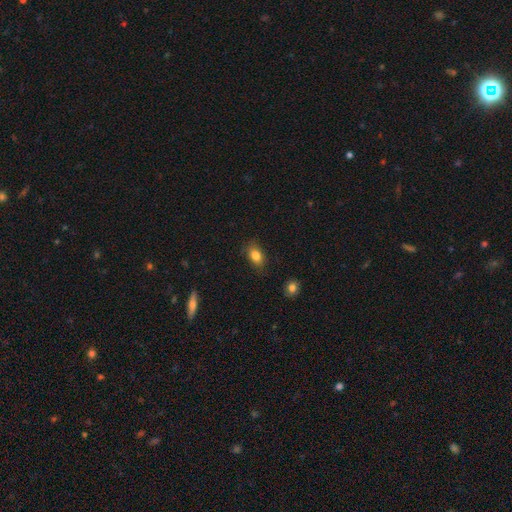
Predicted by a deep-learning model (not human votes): smooth 83%, star or artifact 9%, featured or disk 8%. Down the decision tree: how rounded — in between (84%); merging — none (81%).